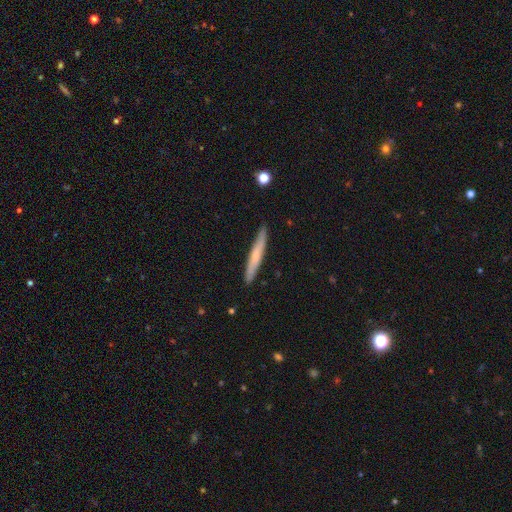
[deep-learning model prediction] smooth-or-featured: smooth: 56% | featured or disk: 38% | star or artifact: 6%
  how-rounded: cigar-shaped: 95% | in between: 3% | round: 1%
  merging: none: 89% | minor disturbance: 8% | major disturbance: 1% | merger: 1%